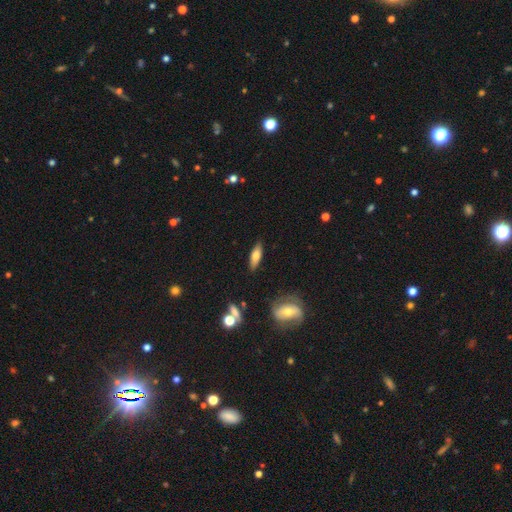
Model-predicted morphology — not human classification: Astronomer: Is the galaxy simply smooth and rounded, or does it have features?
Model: smooth — 63%.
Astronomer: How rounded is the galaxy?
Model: in between — 56% (runner-up: cigar-shaped, 41%).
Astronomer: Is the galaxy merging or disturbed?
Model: none — 85%.